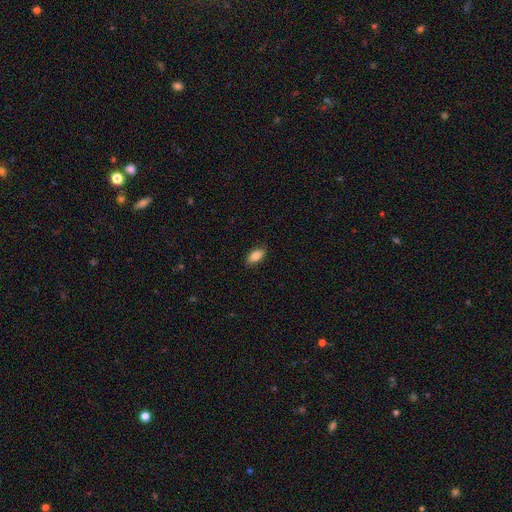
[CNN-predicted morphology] A smooth galaxy with no disk features (82%) that is in between round and cigar-shaped (90%).

Vote fractions:
- Smooth or featured? smooth: 82% / featured or disk: 11% / star or artifact: 7%
- How rounded? in between: 90% / cigar-shaped: 6% / round: 4%
- Merging? none: 85% / minor disturbance: 12% / major disturbance: 2% / merger: 1%